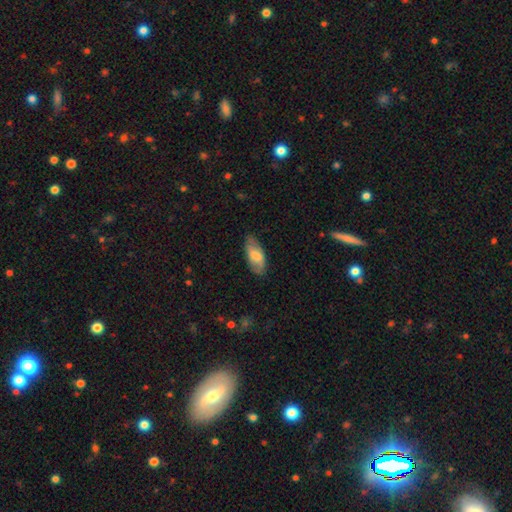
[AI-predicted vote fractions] smooth-or-featured: smooth: 68% | featured or disk: 27% | star or artifact: 6%
  how-rounded: in between: 89% | cigar-shaped: 9% | round: 2%
  merging: none: 80% | minor disturbance: 16% | major disturbance: 3% | merger: 1%